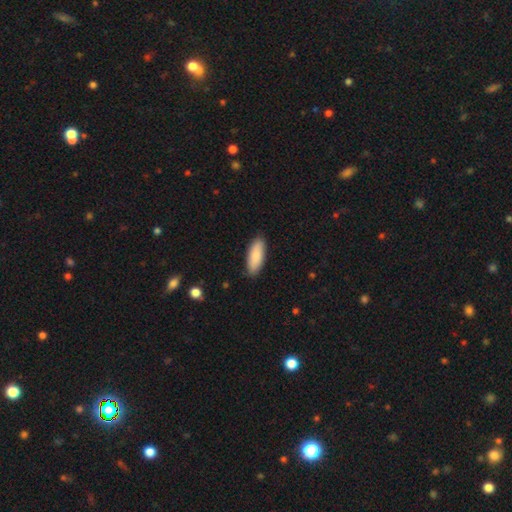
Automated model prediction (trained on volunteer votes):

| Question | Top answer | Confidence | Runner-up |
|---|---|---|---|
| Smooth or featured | smooth | 86% | featured or disk (8%) |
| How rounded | in between | 73% | cigar-shaped (26%) |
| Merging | none | 86% | minor disturbance (11%) |